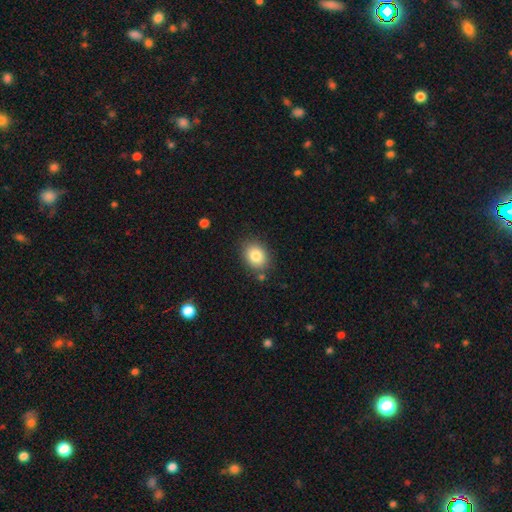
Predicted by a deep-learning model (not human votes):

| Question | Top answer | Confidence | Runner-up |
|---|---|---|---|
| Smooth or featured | smooth | 83% | star or artifact (9%) |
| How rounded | in between | 59% | round (40%) |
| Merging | none | 83% | minor disturbance (11%) |